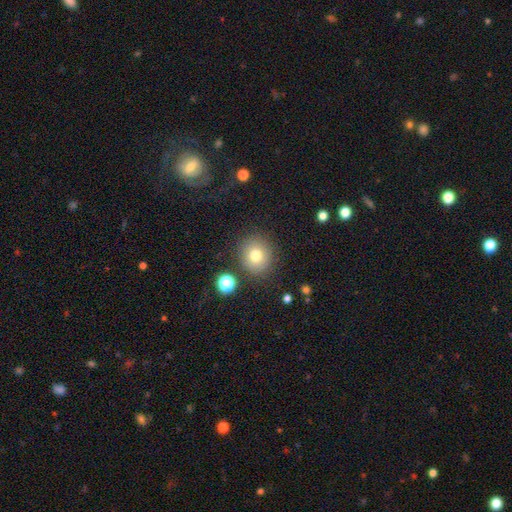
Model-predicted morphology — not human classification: Overall: smooth (77%). How rounded: round (85%). Merging: none (84%).